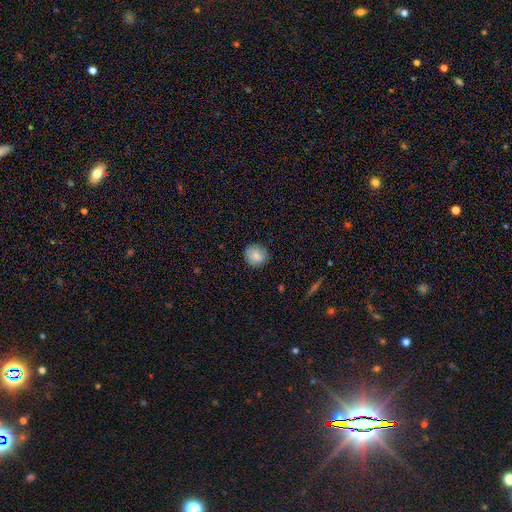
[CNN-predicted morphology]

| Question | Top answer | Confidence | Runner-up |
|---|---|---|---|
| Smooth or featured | smooth | 84% | star or artifact (9%) |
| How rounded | round | 88% | in between (11%) |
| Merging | none | 87% | minor disturbance (10%) |